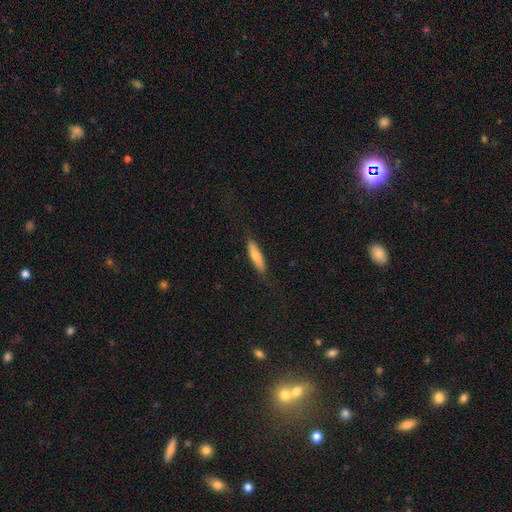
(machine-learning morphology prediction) The model was most divided on "how rounded": cigar-shaped: 73%, in between: 25%, round: 2%. More confident: merging — none (83%); smooth or featured — smooth (75%).